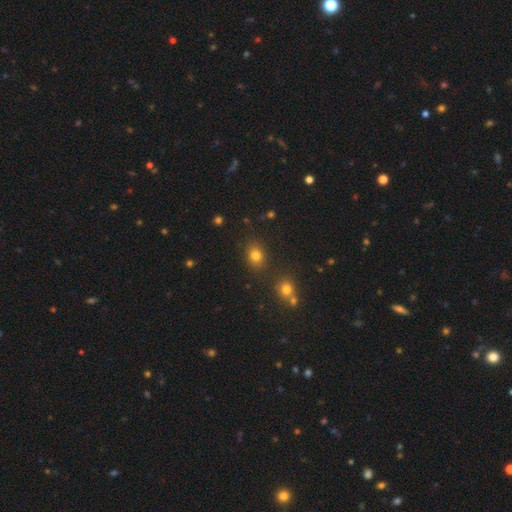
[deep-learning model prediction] Morphology: type=smooth (78%); roundness=round (53%); merging=none (81%).